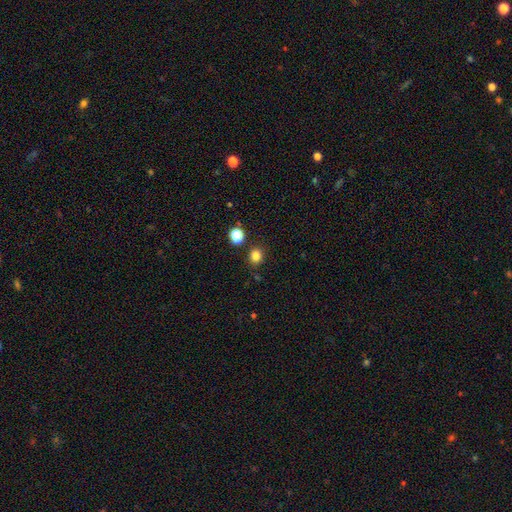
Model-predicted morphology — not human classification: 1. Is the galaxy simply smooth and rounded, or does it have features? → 81% smooth, 14% star or artifact, 4% featured or disk.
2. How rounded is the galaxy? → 80% round, 19% in between, 1% cigar-shaped.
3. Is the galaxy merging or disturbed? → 85% none, 8% minor disturbance, 4% merger, 3% major disturbance.